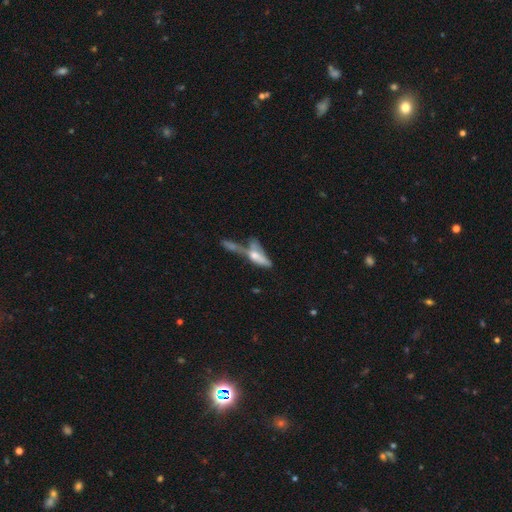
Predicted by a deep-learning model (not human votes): This is possibly a smooth galaxy (50%). Merging: possibly merger (56%).